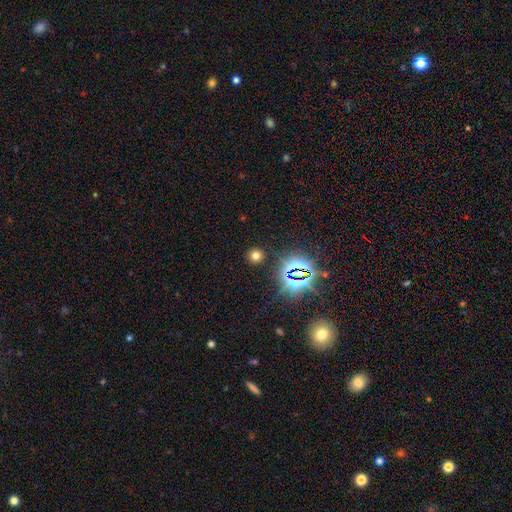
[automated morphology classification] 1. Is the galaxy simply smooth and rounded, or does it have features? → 66% smooth, 27% star or artifact, 7% featured or disk.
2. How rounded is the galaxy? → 91% round, 8% in between, 1% cigar-shaped.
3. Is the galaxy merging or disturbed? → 89% none, 6% minor disturbance, 3% major disturbance, 2% merger.